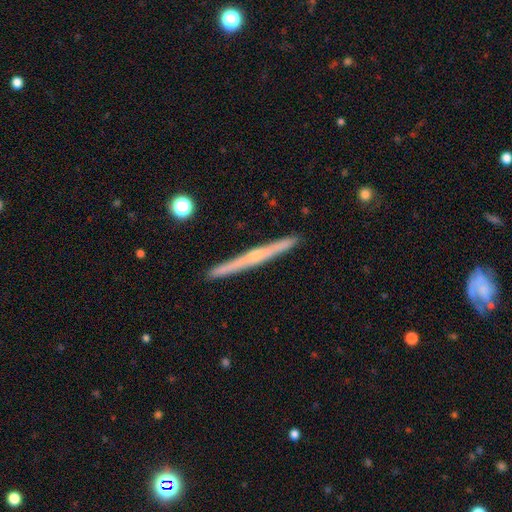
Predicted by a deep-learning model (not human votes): This appears to be a featured or disk galaxy (70%) viewed edge-on (98%) with a rounded central bulge (60%). Merging: none (92%).